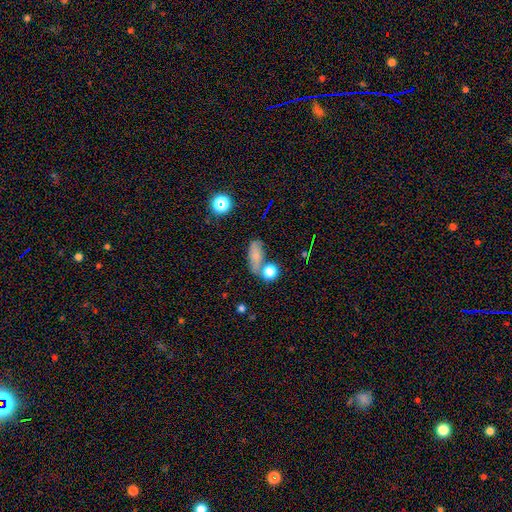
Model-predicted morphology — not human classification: The model was most divided on "merging": none: 52%, minor disturbance: 20%, merger: 19%, major disturbance: 9%. More confident: how rounded — in between (66%); smooth or featured — smooth (66%).